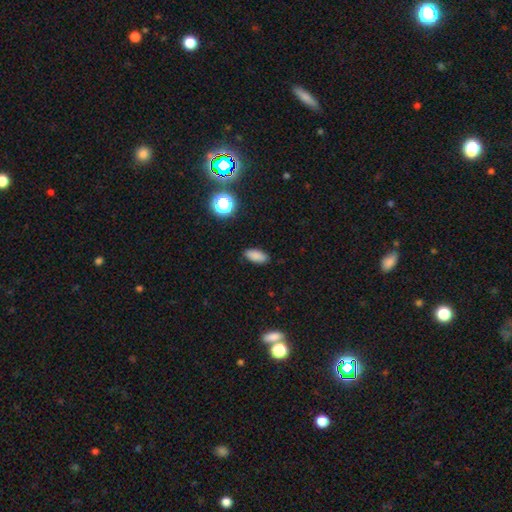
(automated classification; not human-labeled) This is clearly a smooth galaxy (84%). How rounded: clearly in between (86%). Merging: clearly none (87%).